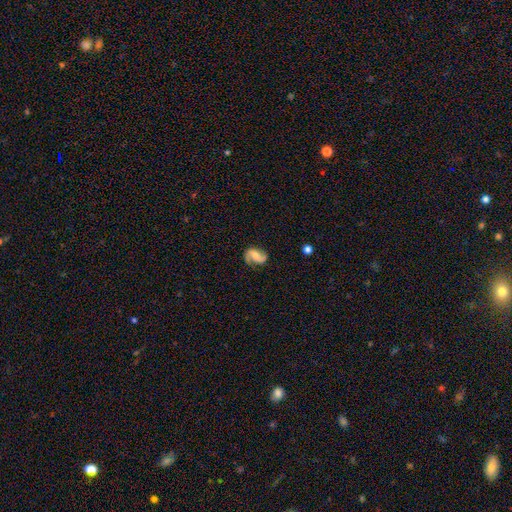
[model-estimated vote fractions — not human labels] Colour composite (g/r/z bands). It shows a featured or disk galaxy (75%) with no bar (44%), 2 (90%) loose (49%) spiral arms (95%) and a moderate central bulge (35%). Merging: none (72%).